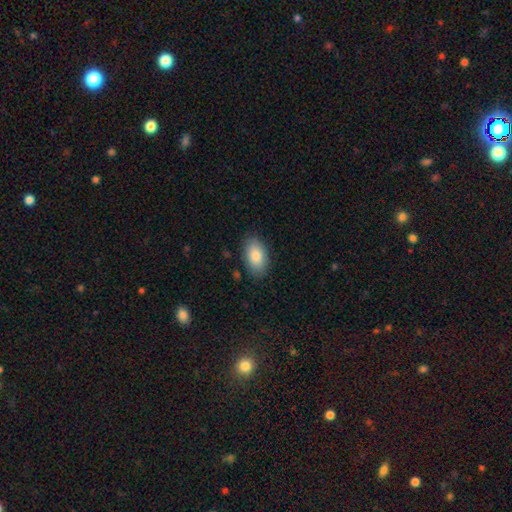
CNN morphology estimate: smooth 85%, featured or disk 8%, star or artifact 6%. Down the decision tree: how rounded — in between (94%); merging — none (85%).